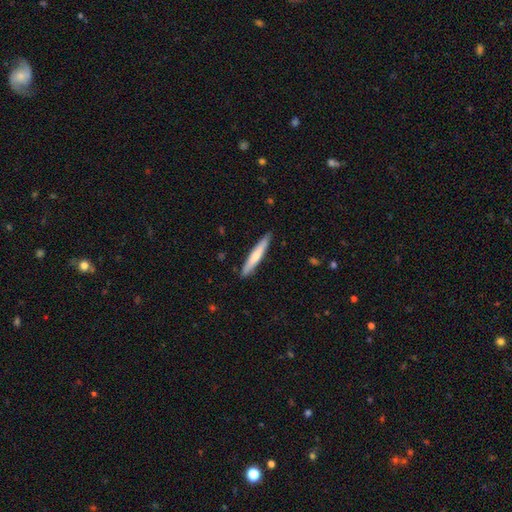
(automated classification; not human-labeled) A smooth galaxy with no disk features (67%) that is cigar-shaped (94%). Merging: none (89%).